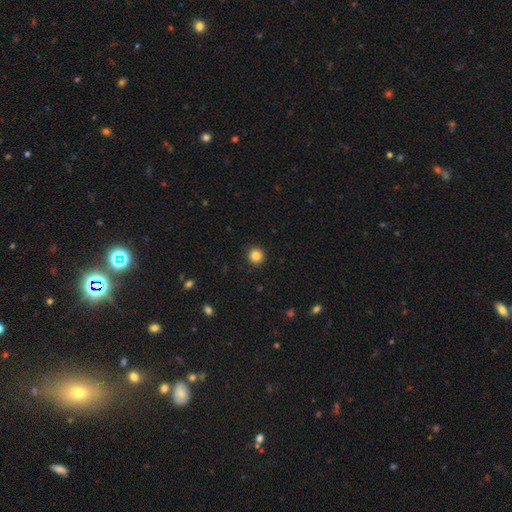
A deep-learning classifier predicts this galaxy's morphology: smooth-or-featured: smooth: 85% | star or artifact: 11% | featured or disk: 4%
  how-rounded: round: 95% | in between: 4% | cigar-shaped: 1%
  merging: none: 93% | minor disturbance: 4% | major disturbance: 2% | merger: 1%